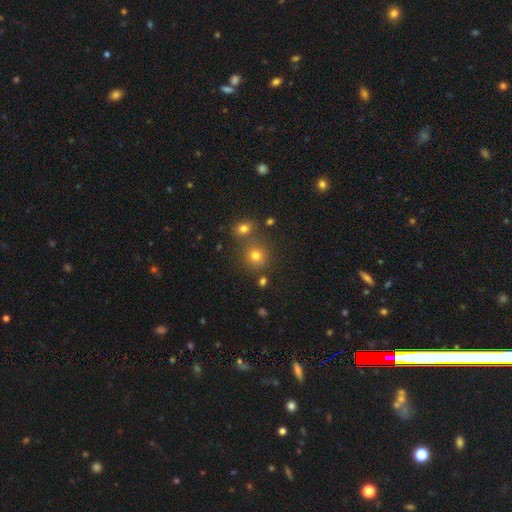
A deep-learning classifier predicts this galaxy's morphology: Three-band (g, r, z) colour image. It shows a smooth galaxy with no disk features (73%) that is round (86%). Merging: none (67%).